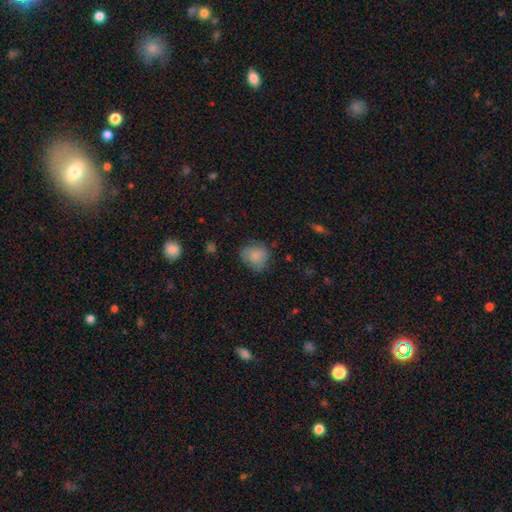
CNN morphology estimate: A smooth galaxy with no disk features (81%) that is round (71%). Merging: none (67%).